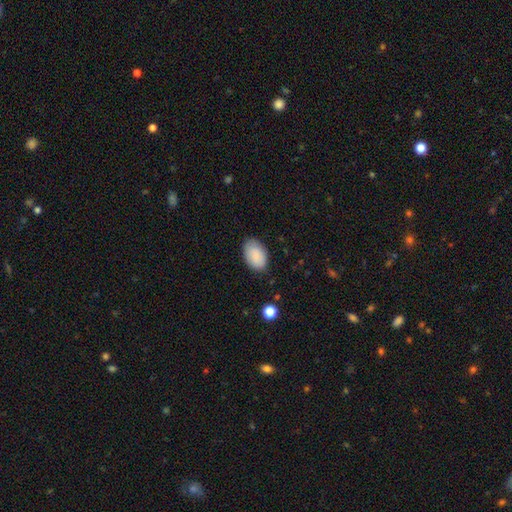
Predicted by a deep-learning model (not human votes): This appears to be a smooth galaxy with no disk features (88%) that is in between round and cigar-shaped (91%). Merging: none (80%).